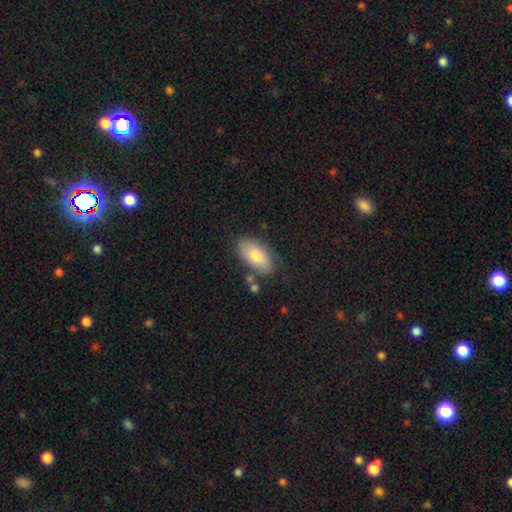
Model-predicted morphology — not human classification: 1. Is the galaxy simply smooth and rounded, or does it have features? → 76% smooth, 18% featured or disk, 6% star or artifact.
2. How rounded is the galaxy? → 93% in between, 3% cigar-shaped, 3% round.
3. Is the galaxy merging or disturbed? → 73% none, 17% minor disturbance, 5% merger, 4% major disturbance.